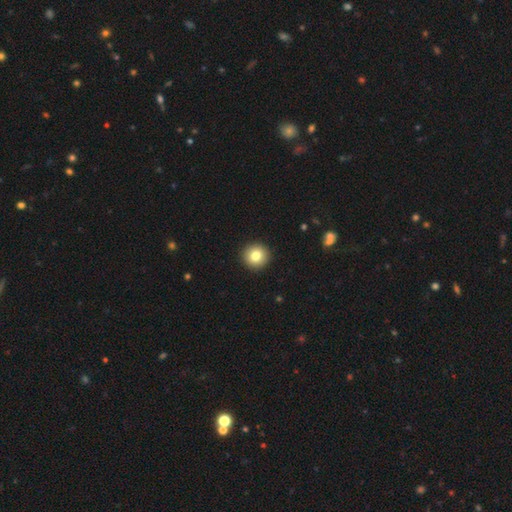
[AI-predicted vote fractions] Smooth or featured?
  - smooth: 82% *
  - star or artifact: 9%
  - featured or disk: 9%
How rounded?
  - round: 94% *
  - in between: 5%
  - cigar-shaped: 1%
Merging?
  - none: 93% *
  - minor disturbance: 5%
  - major disturbance: 1%
  - merger: 1%